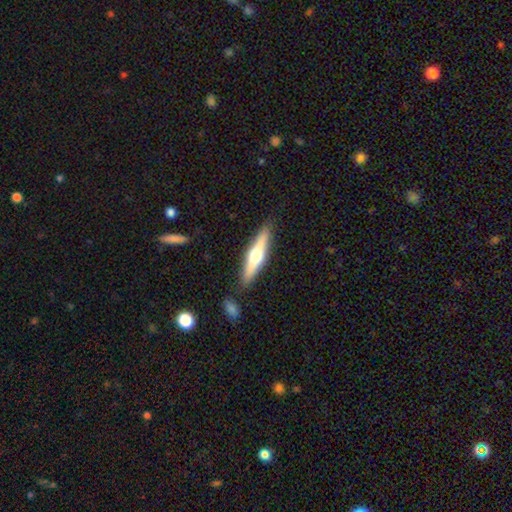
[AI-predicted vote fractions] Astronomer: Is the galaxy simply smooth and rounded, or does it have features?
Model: featured or disk — 56% (runner-up: smooth, 38%).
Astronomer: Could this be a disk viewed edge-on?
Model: yes — 95%.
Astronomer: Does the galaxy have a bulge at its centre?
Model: rounded — 93%.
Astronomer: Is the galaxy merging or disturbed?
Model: none — 86%.